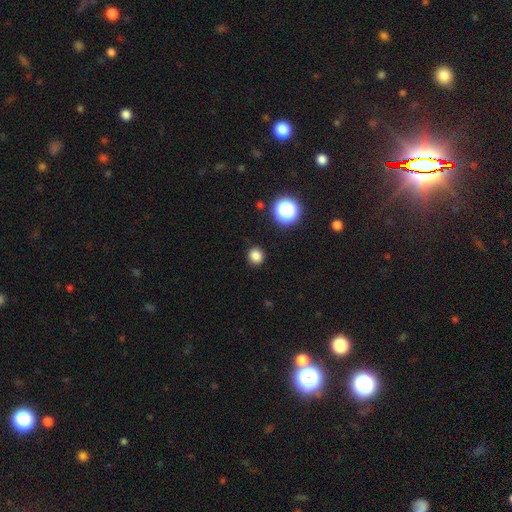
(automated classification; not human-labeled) Smooth or featured: smooth — 82% (star or artifact — 15%)
How rounded: round — 90% (in between — 9%)
Merging: none — 90% (minor disturbance — 7%)